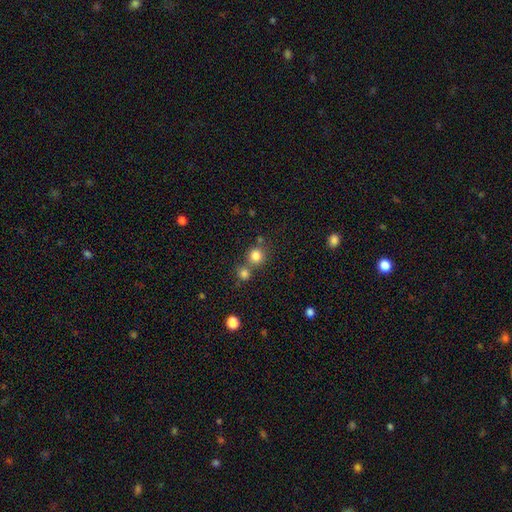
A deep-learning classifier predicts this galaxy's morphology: This is clearly a smooth galaxy (80%). How rounded: clearly round (90%). Merging: likely none (62%).